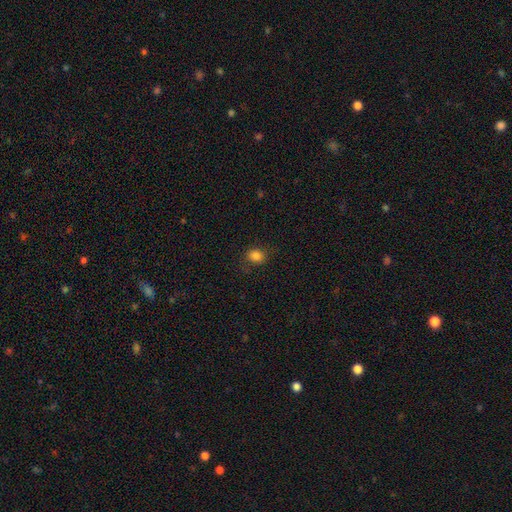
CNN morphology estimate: This is clearly a smooth galaxy (83%). How rounded: likely round (62%). Merging: clearly none (82%).